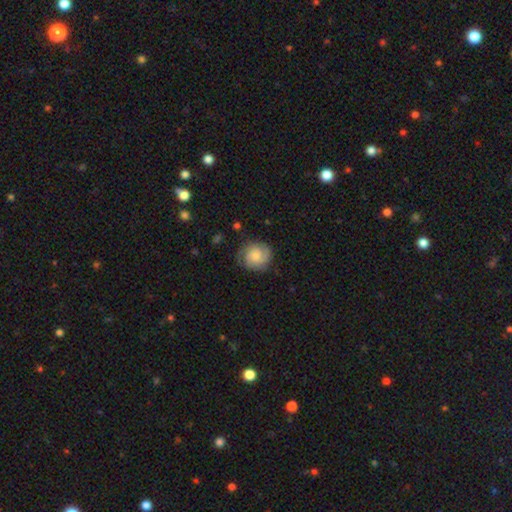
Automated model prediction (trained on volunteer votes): featured or disk 50%, smooth 43%, star or artifact 8%. Down the decision tree: merging — none (76%).